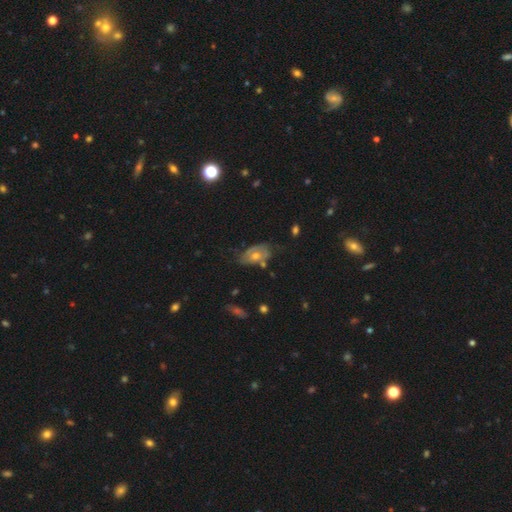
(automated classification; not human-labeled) smooth-or-featured: featured or disk: 55% | smooth: 33% | star or artifact: 12%
  disk-edge-on: no: 91% | yes: 9%
  merging: none: 52% | minor disturbance: 29% | major disturbance: 13% | merger: 6%